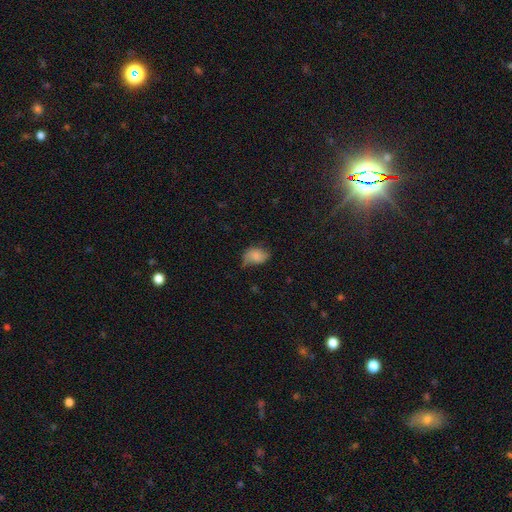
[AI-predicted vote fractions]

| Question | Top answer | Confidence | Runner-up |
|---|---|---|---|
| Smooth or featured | smooth | 80% | featured or disk (11%) |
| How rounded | in between | 80% | round (19%) |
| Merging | none | 43% | minor disturbance (40%) |